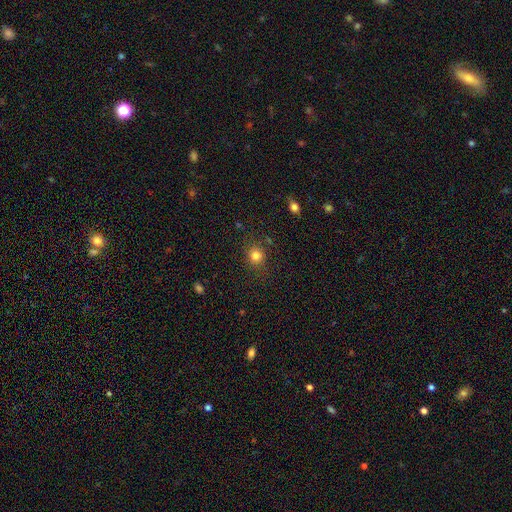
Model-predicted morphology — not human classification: The model was most divided on "smooth or featured": smooth: 80%, star or artifact: 13%, featured or disk: 6%. More confident: how rounded — round (83%); merging — none (82%).